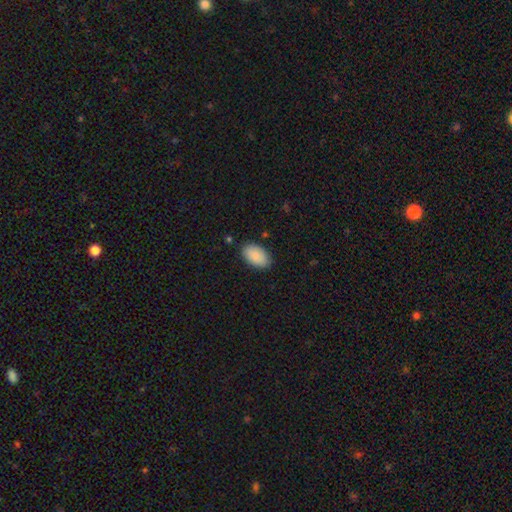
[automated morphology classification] smooth_or_featured: smooth (p=0.89) [alt: star or artifact p=0.06]
how_rounded: in between (p=0.94) [alt: round p=0.04]
merging: none (p=0.86) [alt: minor disturbance p=0.11]